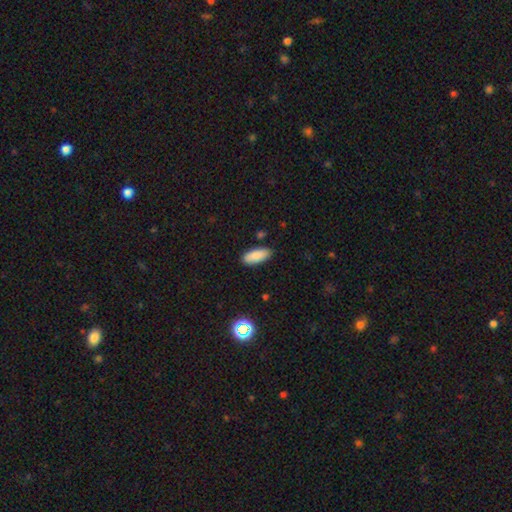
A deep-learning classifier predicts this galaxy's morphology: A smooth galaxy with no disk features (86%) that is in between round and cigar-shaped (85%).

Vote fractions:
- Smooth or featured? smooth: 86% / star or artifact: 7% / featured or disk: 7%
- How rounded? in between: 85% / cigar-shaped: 13% / round: 2%
- Merging? none: 86% / minor disturbance: 10% / major disturbance: 2% / merger: 2%